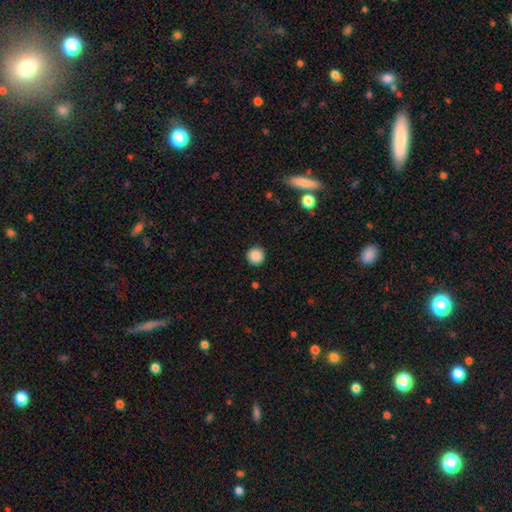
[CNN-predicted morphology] A smooth galaxy with no disk features (88%) that is round (96%). Merging: none (92%).